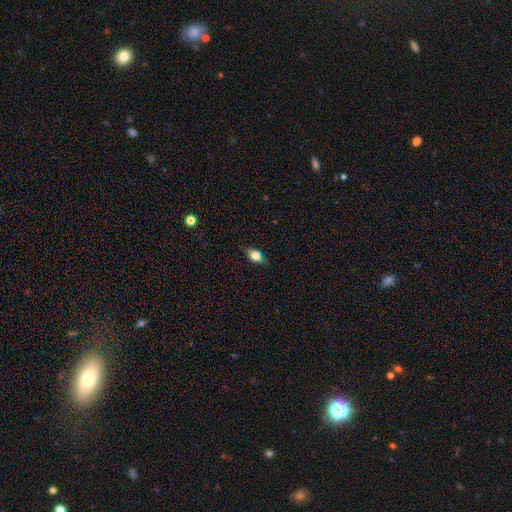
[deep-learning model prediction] Overall: smooth (67%). How rounded: in between (74%). Merging: none (79%).